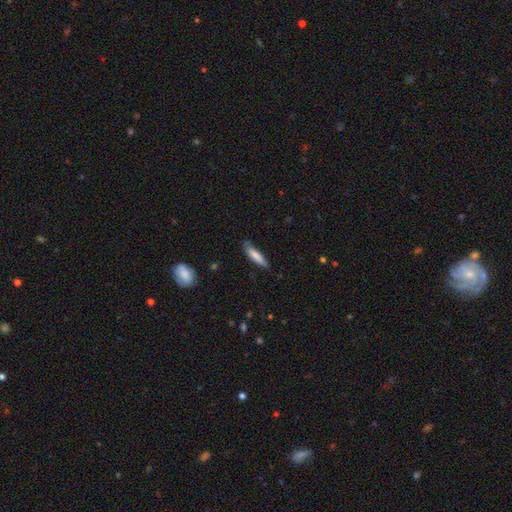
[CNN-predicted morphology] smooth-or-featured: smooth: 77% | featured or disk: 17% | star or artifact: 6%
  how-rounded: cigar-shaped: 77% | in between: 21% | round: 1%
  merging: none: 73% | minor disturbance: 22% | major disturbance: 4% | merger: 2%